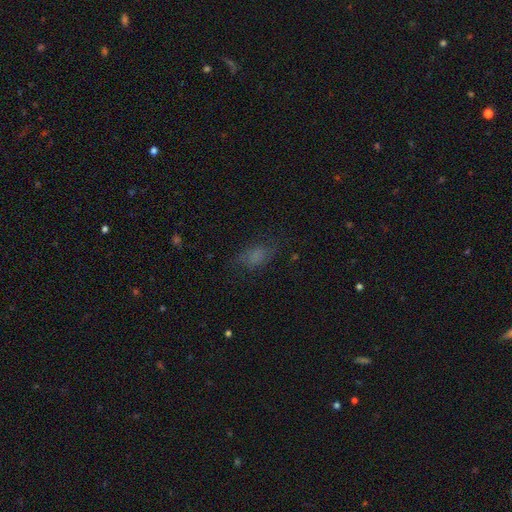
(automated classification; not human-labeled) Smooth or featured: smooth — 61% (featured or disk — 20%)
How rounded: in between — 82% (round — 10%)
Merging: none — 62% (minor disturbance — 21%)